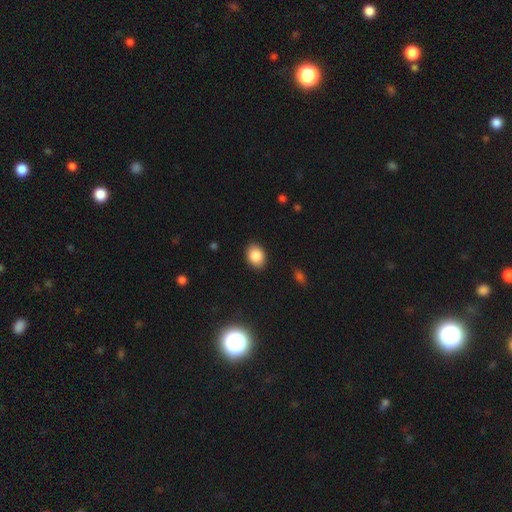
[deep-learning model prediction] smooth 86%, star or artifact 8%, featured or disk 5%. Down the decision tree: how rounded — in between (67%); merging — none (89%).